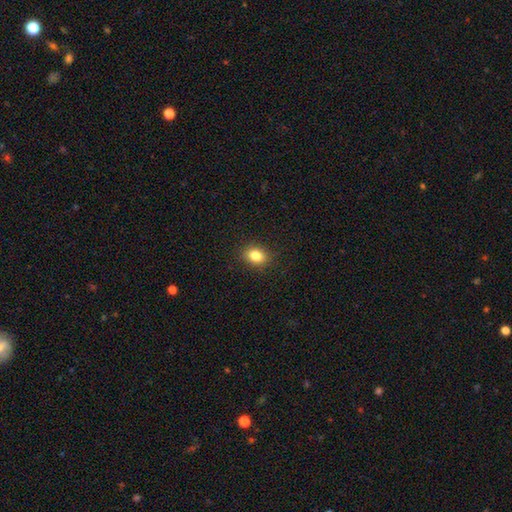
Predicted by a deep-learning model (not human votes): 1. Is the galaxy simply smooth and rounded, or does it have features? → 83% smooth, 10% star or artifact, 6% featured or disk.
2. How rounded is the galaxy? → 63% in between, 36% round, 1% cigar-shaped.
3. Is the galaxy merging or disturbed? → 89% none, 8% minor disturbance, 2% major disturbance, 1% merger.